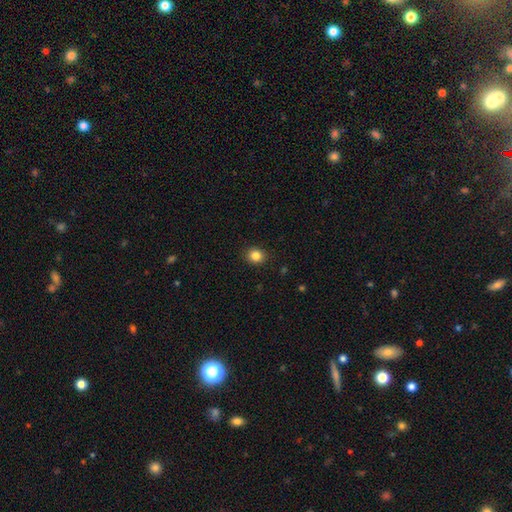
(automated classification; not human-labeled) Smooth or featured? Predicted: smooth (p=0.84). How rounded? Predicted: round (p=0.77). Merging? Predicted: none (p=0.91).